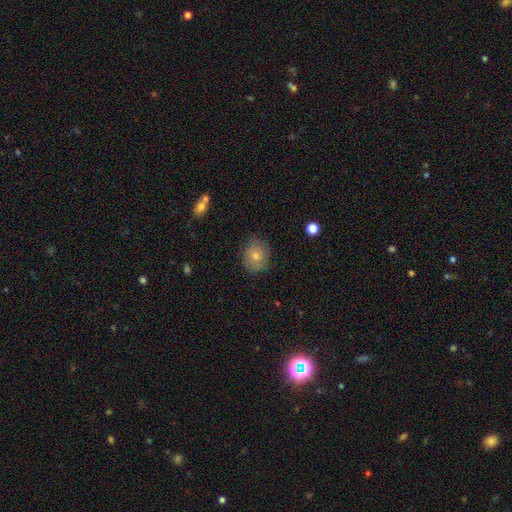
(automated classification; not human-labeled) A smooth galaxy with no disk features (56%) that is round (74%). Merging: none (82%).